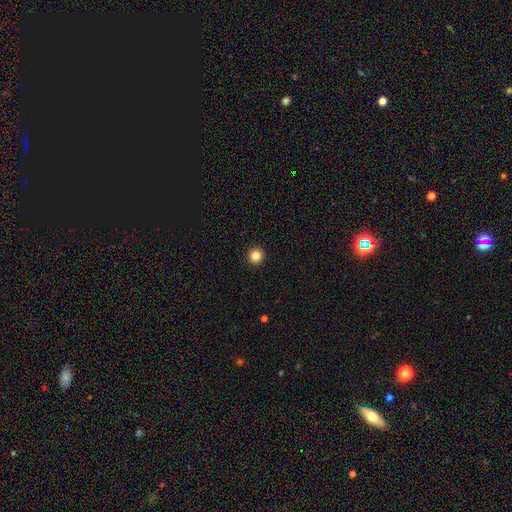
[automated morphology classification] smooth_or_featured: smooth (p=0.84) [alt: star or artifact p=0.11]
how_rounded: round (p=0.96) [alt: in between p=0.03]
merging: none (p=0.94) [alt: minor disturbance p=0.03]